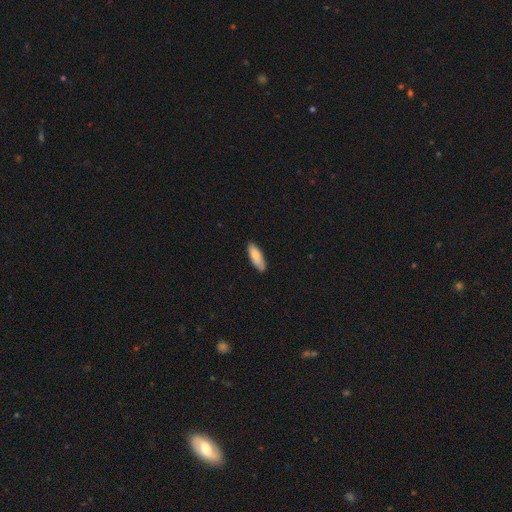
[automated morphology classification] smooth-or-featured: smooth: 82% | featured or disk: 13% | star or artifact: 6%
  how-rounded: in between: 62% | cigar-shaped: 36% | round: 2%
  merging: none: 82% | minor disturbance: 15% | major disturbance: 2% | merger: 1%